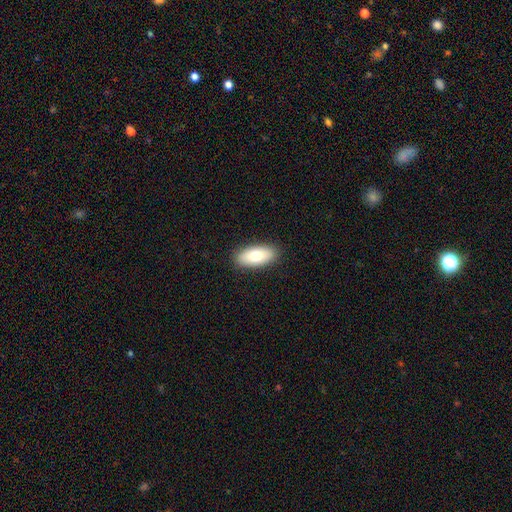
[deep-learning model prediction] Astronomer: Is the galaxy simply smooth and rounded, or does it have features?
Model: smooth — 79%.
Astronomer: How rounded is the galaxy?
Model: in between — 88%.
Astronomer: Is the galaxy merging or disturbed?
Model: none — 90%.